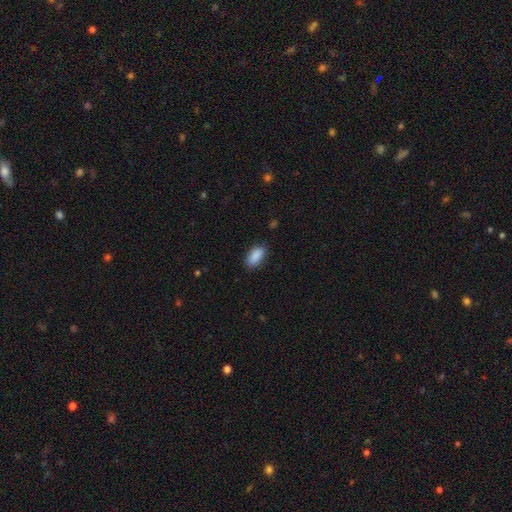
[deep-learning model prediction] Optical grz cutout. It shows a smooth galaxy with no disk features (89%) that is in between round and cigar-shaped (91%). Merging: none (84%).